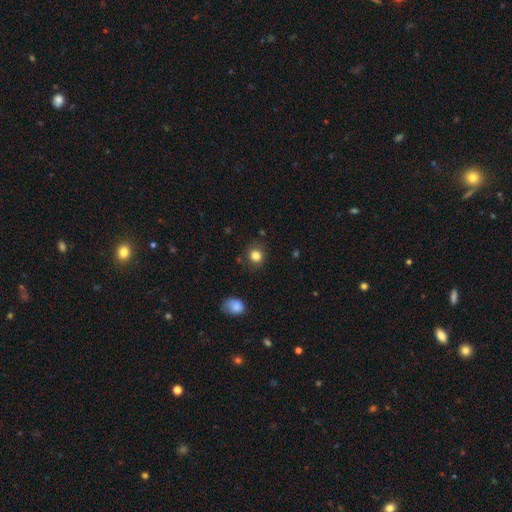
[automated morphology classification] Smooth or featured?
  - smooth: 83% *
  - star or artifact: 11%
  - featured or disk: 6%
How rounded?
  - round: 82% *
  - in between: 17%
  - cigar-shaped: 1%
Merging?
  - none: 81% *
  - minor disturbance: 13%
  - major disturbance: 4%
  - merger: 2%